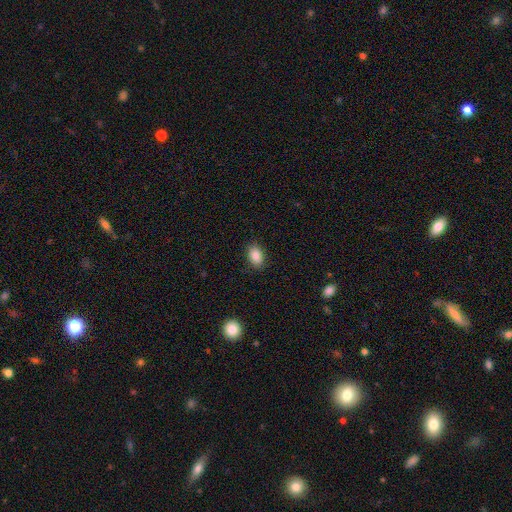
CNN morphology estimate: This appears to be a smooth galaxy with no disk features (88%) that is in between round and cigar-shaped (88%). Merging: none (88%).